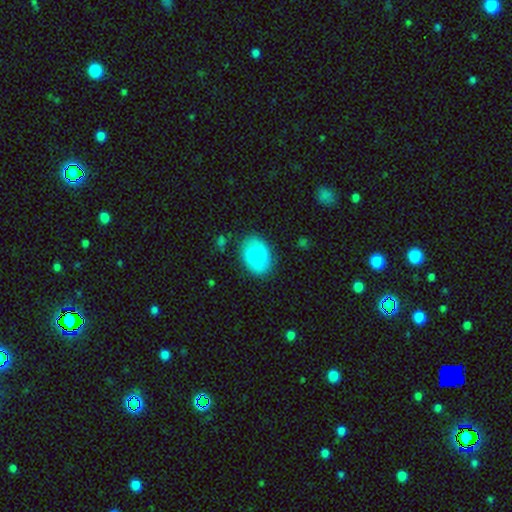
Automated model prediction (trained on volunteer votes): A smooth galaxy with no disk features (48%). Merging: none (67%).